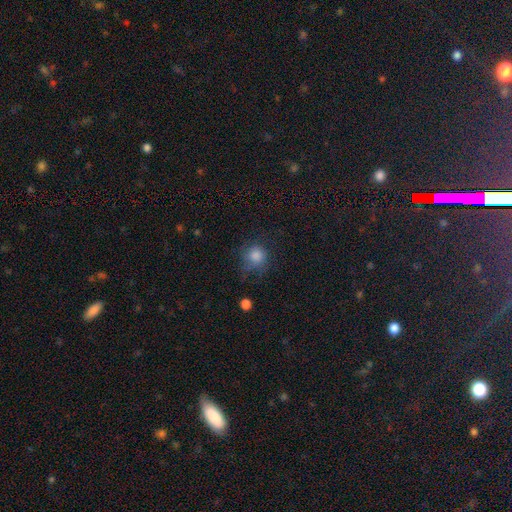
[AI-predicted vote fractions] Smooth or featured? smooth (81%)
How rounded? round (87%)
Merging? none (63%)